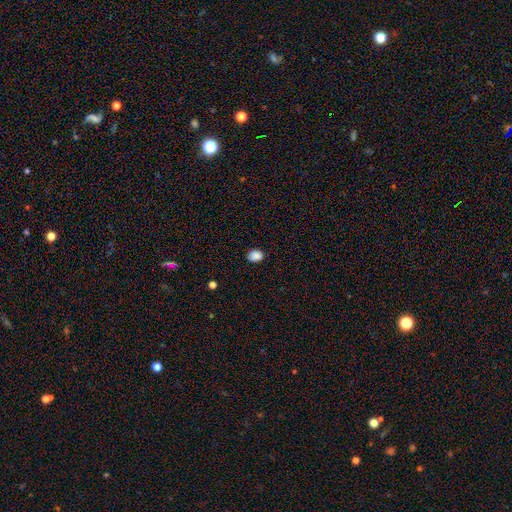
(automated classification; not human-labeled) Smooth or featured? Predicted: smooth (p=0.87). How rounded? Predicted: in between (p=0.54). Merging? Predicted: none (p=0.85).